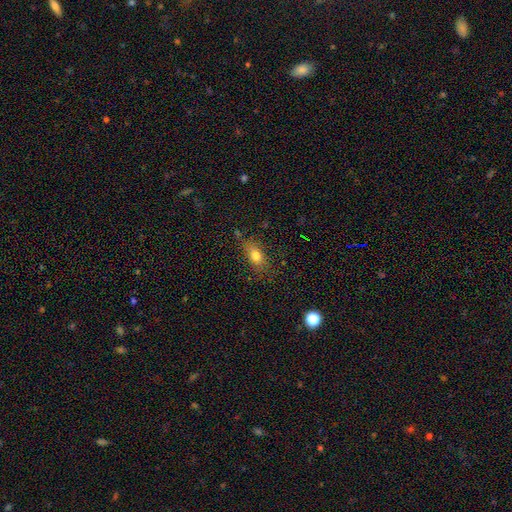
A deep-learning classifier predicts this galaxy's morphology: Smooth or featured? smooth (74%)
How rounded? in between (73%)
Merging? none (72%)